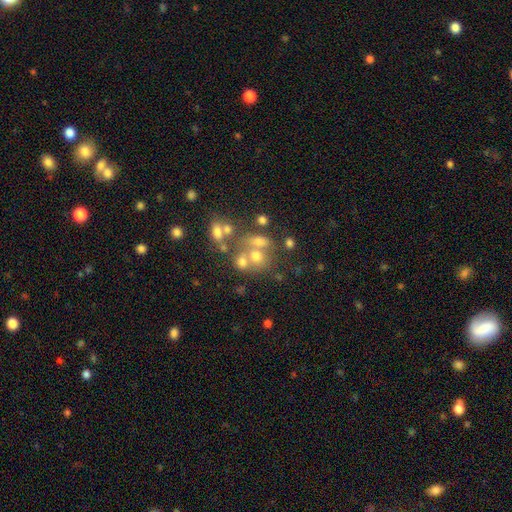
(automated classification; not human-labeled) Q: Smooth or featured?
A: smooth (49%); runner-up: featured or disk (29%)
Q: Merging?
A: merger (46%); runner-up: none (37%)